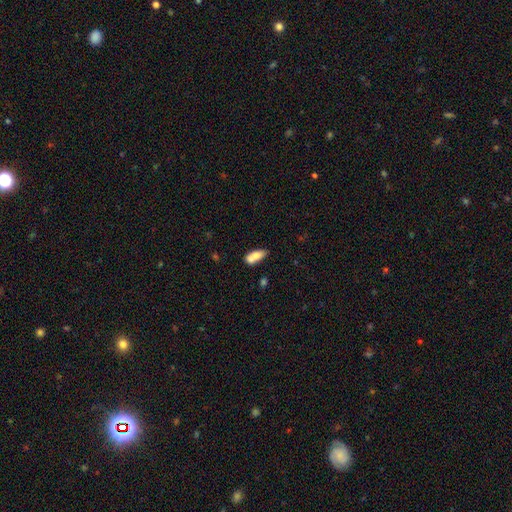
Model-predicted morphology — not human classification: Smooth or featured? smooth (71%)
How rounded? in between (79%)
Merging? merger (40%)